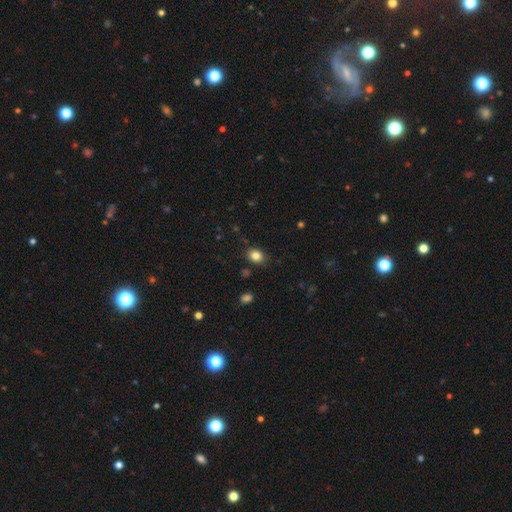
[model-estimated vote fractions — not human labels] smooth-or-featured: smooth: 83% | star or artifact: 11% | featured or disk: 6%
  how-rounded: round: 50% | in between: 49% | cigar-shaped: 1%
  merging: none: 84% | minor disturbance: 11% | major disturbance: 3% | merger: 2%